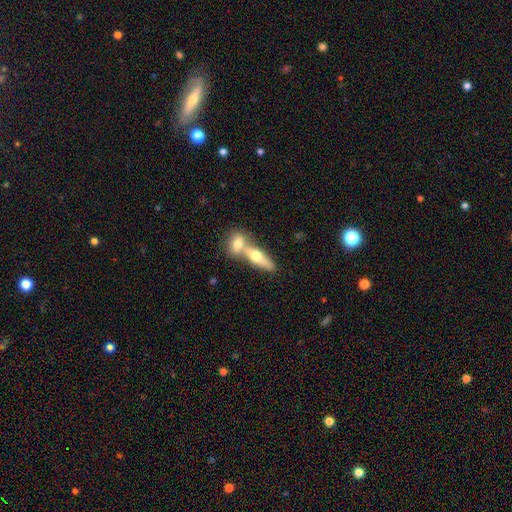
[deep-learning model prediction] Smooth or featured? Predicted: smooth (p=0.60). How rounded? Predicted: in between (p=0.57). Merging? Predicted: merger (p=0.66).